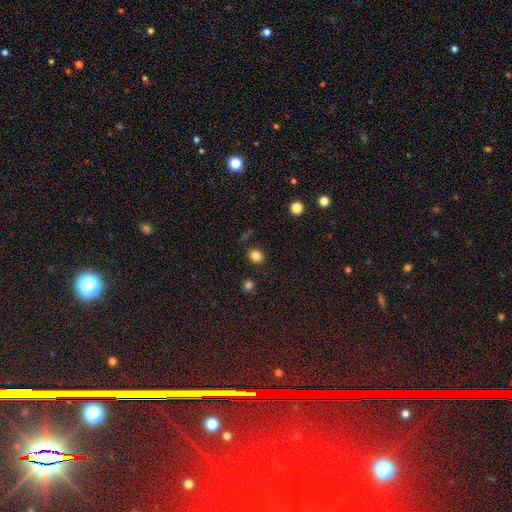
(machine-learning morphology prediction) smooth 84%, star or artifact 11%, featured or disk 5%. Down the decision tree: how rounded — in between (62%); merging — none (83%).